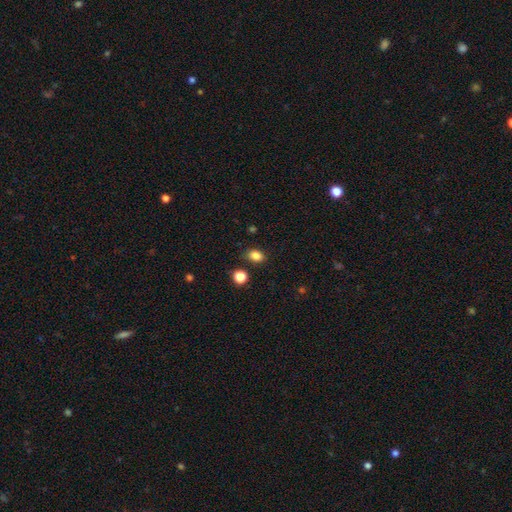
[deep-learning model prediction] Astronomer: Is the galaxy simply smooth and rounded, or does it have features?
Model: smooth — 84%.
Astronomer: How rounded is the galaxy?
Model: in between — 70%.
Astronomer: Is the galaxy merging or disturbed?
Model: none — 81%.